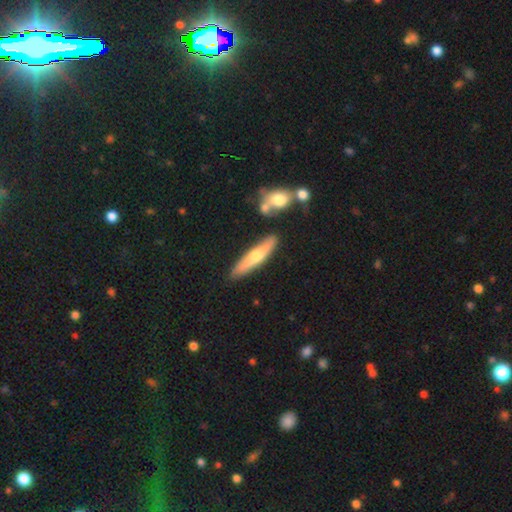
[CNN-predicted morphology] smooth_or_featured: smooth (p=0.50) [alt: featured or disk p=0.44]
merging: none (p=0.81) [alt: minor disturbance p=0.11]